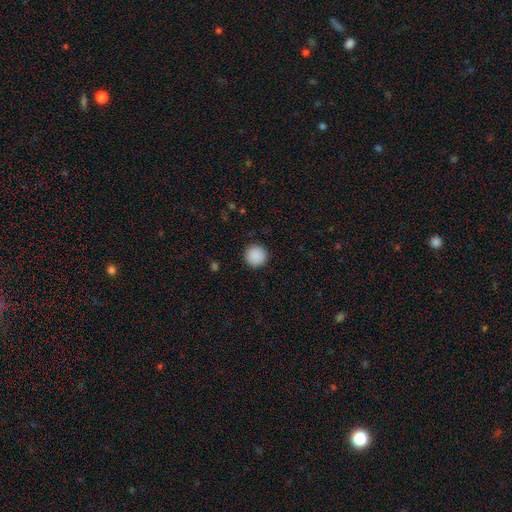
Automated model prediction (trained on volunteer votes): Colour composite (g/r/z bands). It shows a smooth galaxy with no disk features (89%) that is round (96%). Merging: none (92%).